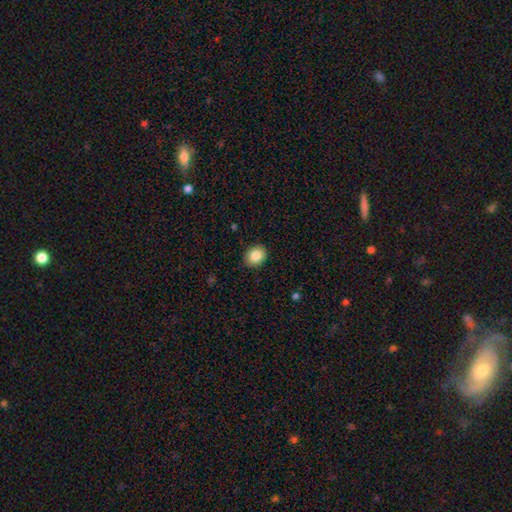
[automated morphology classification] The model was most divided on "how rounded": round: 55%, in between: 44%, cigar-shaped: 1%. More confident: merging — none (90%); smooth or featured — smooth (86%).